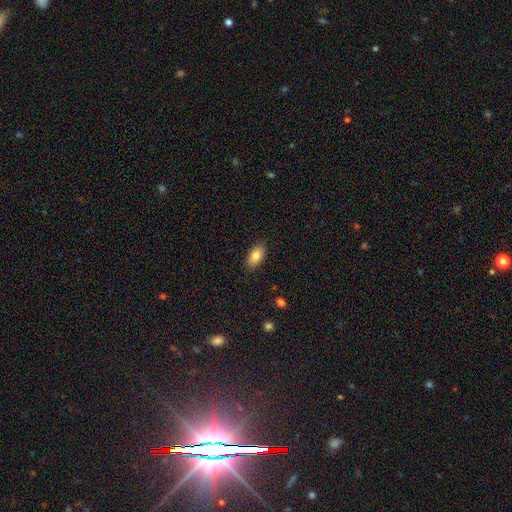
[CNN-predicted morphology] A smooth galaxy with no disk features (82%) that is in between round and cigar-shaped (91%). Merging: none (87%).